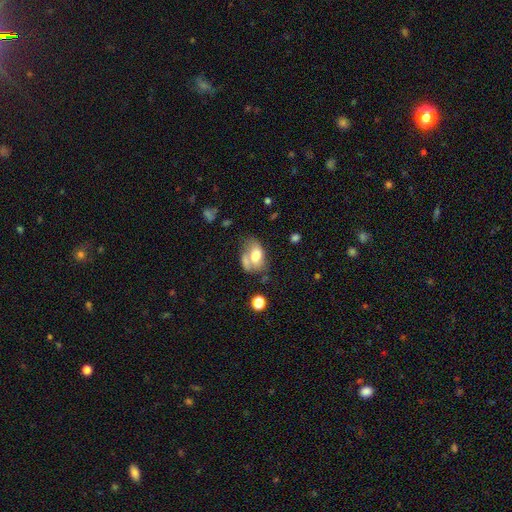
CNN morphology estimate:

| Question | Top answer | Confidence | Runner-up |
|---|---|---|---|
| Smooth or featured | smooth | 62% | featured or disk (29%) |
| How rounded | in between | 83% | round (15%) |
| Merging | merger | 30% | none (29%) |